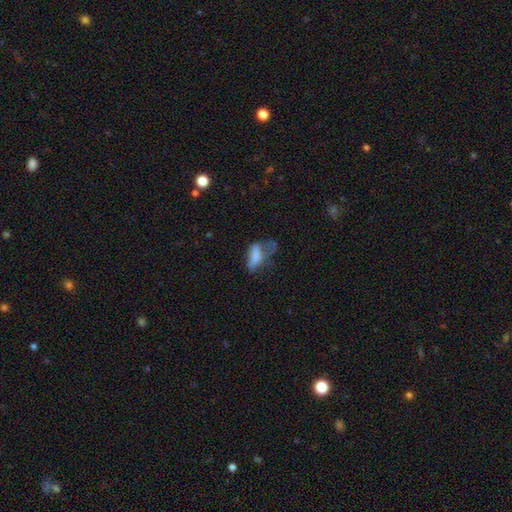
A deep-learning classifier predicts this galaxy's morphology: smooth-or-featured: smooth: 65% | featured or disk: 23% | star or artifact: 12%
  how-rounded: in between: 81% | cigar-shaped: 14% | round: 4%
  merging: major disturbance: 47% | minor disturbance: 24% | none: 22% | merger: 8%